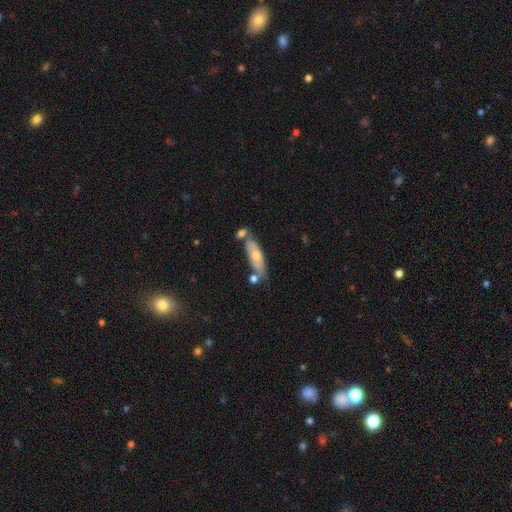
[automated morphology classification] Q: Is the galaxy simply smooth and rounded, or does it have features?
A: featured or disk — 50%.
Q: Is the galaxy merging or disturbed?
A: none — 65%.